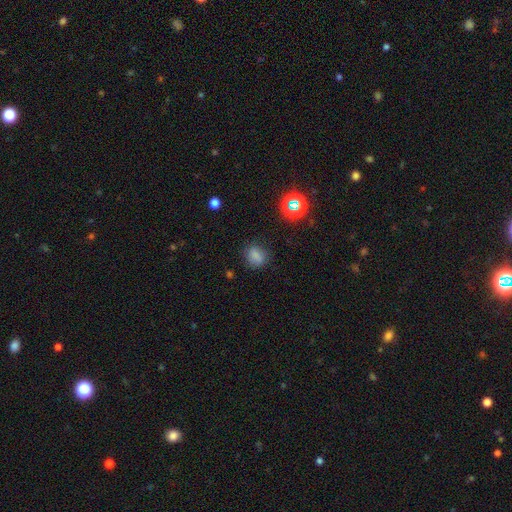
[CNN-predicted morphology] smooth-or-featured: smooth: 76% | star or artifact: 17% | featured or disk: 7%
  how-rounded: in between: 54% | round: 43% | cigar-shaped: 3%
  merging: none: 77% | minor disturbance: 16% | major disturbance: 5% | merger: 2%